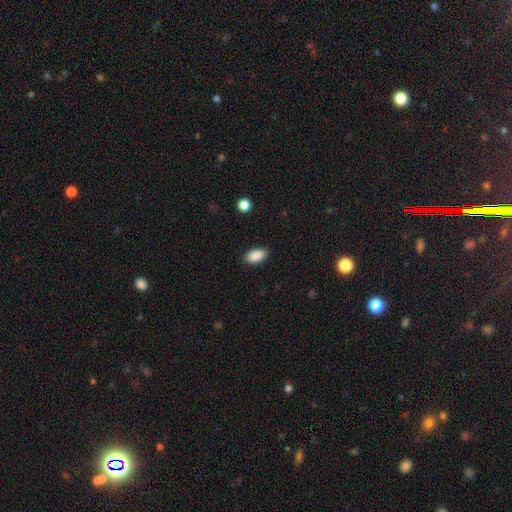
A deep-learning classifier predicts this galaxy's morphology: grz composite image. It shows a smooth galaxy with no disk features (89%) that is in between round and cigar-shaped (93%). Merging: none (88%).